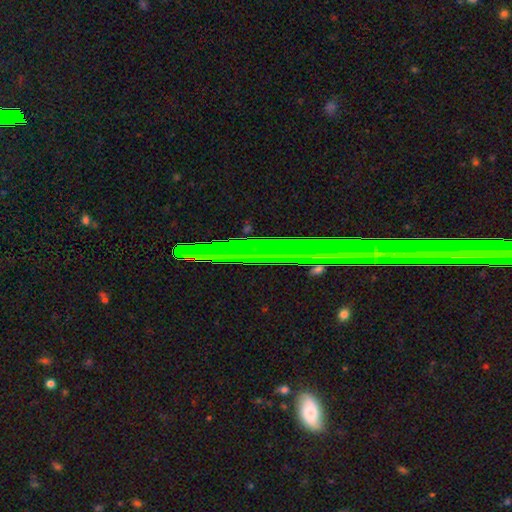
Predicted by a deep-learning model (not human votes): Overall: star or artifact (70%).